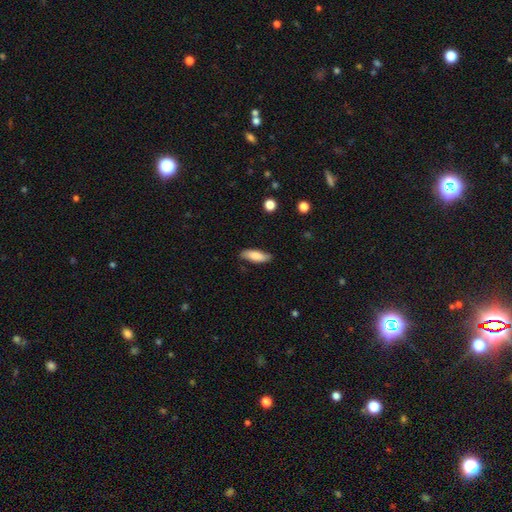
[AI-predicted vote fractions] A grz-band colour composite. It shows a smooth galaxy with no disk features (82%) that is in between round and cigar-shaped (61%). Merging: none (82%).